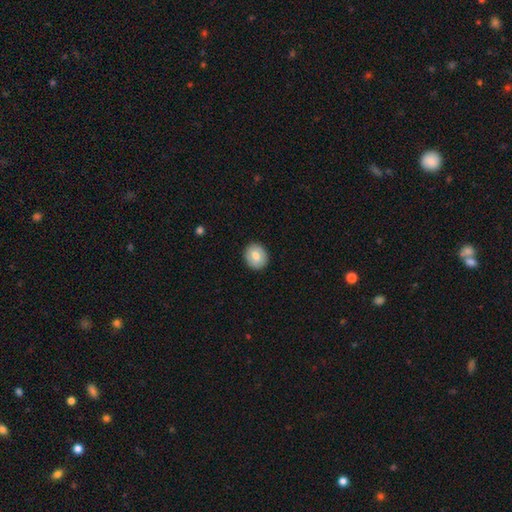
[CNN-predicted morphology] smooth_or_featured: smooth (p=0.75) [alt: featured or disk p=0.18]
how_rounded: round (p=0.79) [alt: in between p=0.20]
merging: none (p=0.90) [alt: minor disturbance p=0.07]